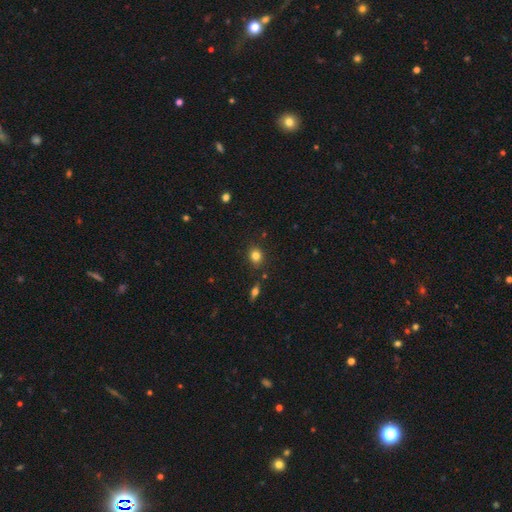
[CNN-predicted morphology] smooth 80%, star or artifact 12%, featured or disk 8%. Down the decision tree: how rounded — round (64%); merging — none (83%).